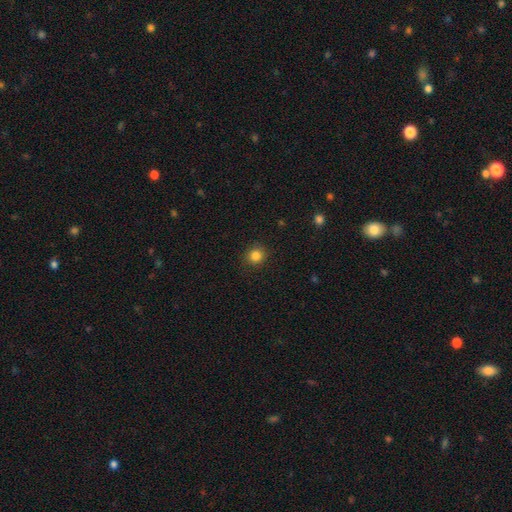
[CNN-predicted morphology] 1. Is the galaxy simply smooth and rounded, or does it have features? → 84% smooth, 12% star or artifact, 4% featured or disk.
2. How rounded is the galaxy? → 90% round, 9% in between, 1% cigar-shaped.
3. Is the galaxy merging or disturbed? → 90% none, 7% minor disturbance, 2% major disturbance, 1% merger.